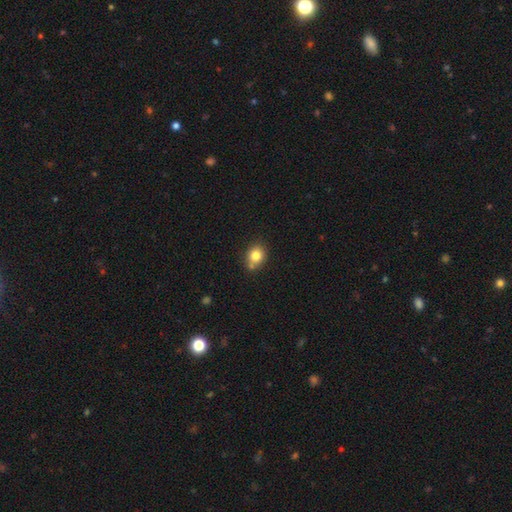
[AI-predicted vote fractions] smooth-or-featured: smooth: 80% | star or artifact: 11% | featured or disk: 9%
  how-rounded: round: 65% | in between: 35% | cigar-shaped: 1%
  merging: none: 66% | minor disturbance: 16% | merger: 14% | major disturbance: 4%